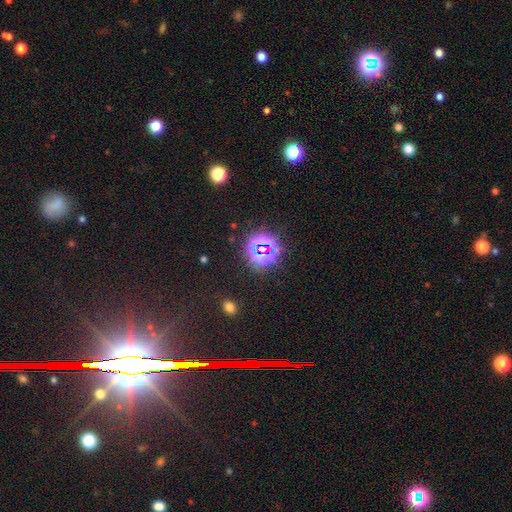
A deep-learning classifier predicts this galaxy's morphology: The model was most divided on "smooth or featured": star or artifact: 71%, smooth: 18%, featured or disk: 11%.